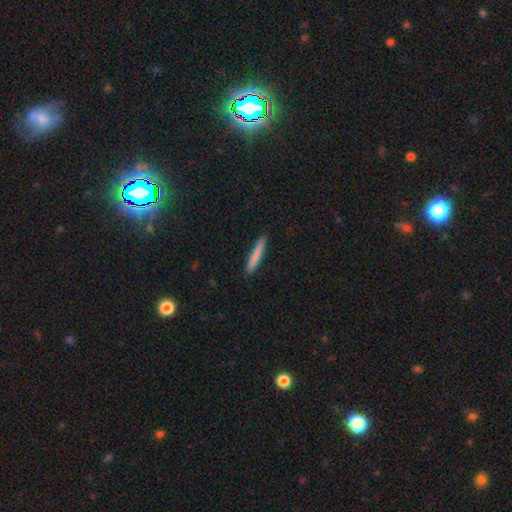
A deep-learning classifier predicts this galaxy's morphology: Smooth or featured? smooth (81%)
How rounded? cigar-shaped (95%)
Merging? none (90%)